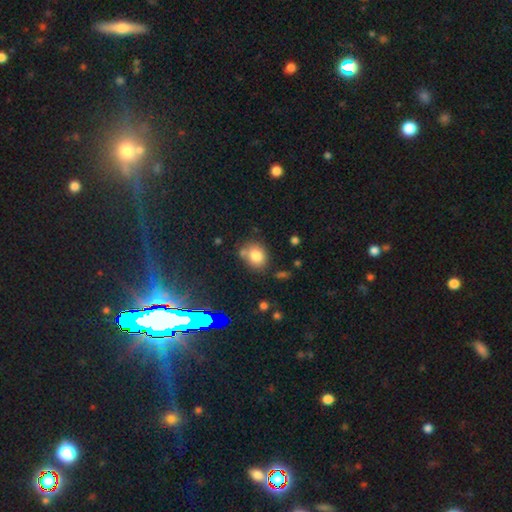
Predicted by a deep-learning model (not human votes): The model was most divided on "how rounded": round: 57%, in between: 42%, cigar-shaped: 1%. More confident: smooth or featured — smooth (80%); merging — none (62%).